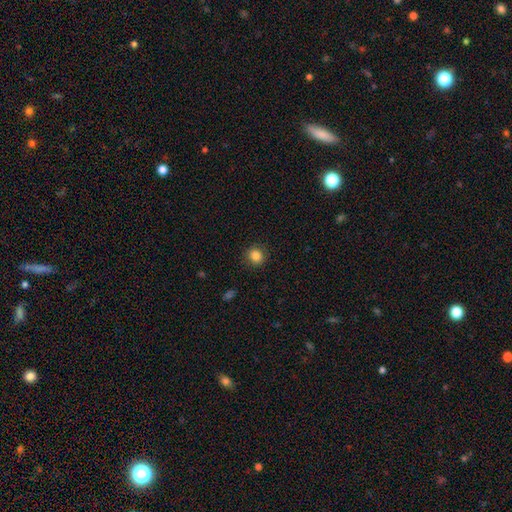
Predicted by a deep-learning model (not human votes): A smooth galaxy with no disk features (84%) that is round (89%). Merging: none (90%).